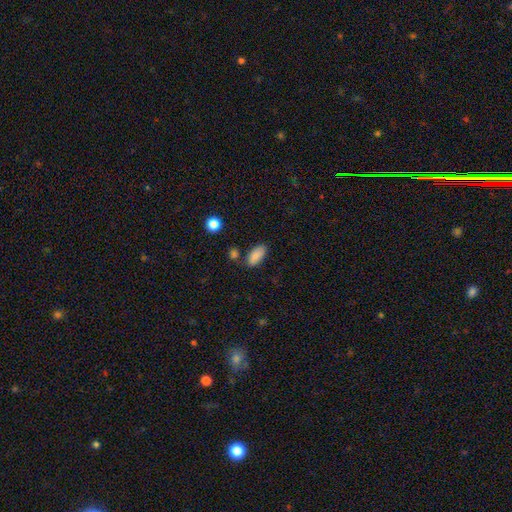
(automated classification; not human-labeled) Smooth or featured?
  - smooth: 86% *
  - star or artifact: 8%
  - featured or disk: 6%
How rounded?
  - in between: 91% *
  - cigar-shaped: 6%
  - round: 3%
Merging?
  - none: 76% *
  - minor disturbance: 15%
  - merger: 6%
  - major disturbance: 3%